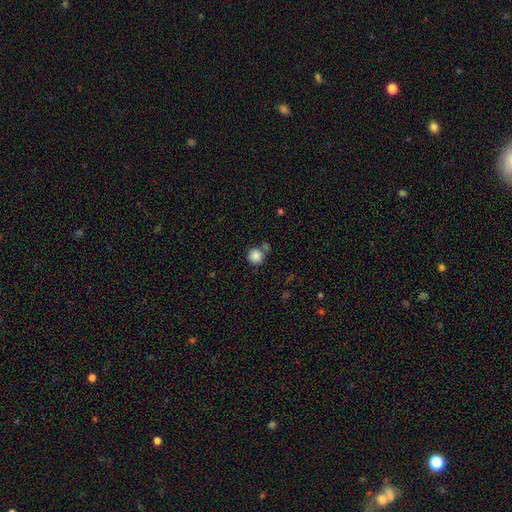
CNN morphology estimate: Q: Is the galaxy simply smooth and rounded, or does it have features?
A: smooth — 86%.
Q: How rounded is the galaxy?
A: round — 94%.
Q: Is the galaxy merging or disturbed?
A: none — 67%.